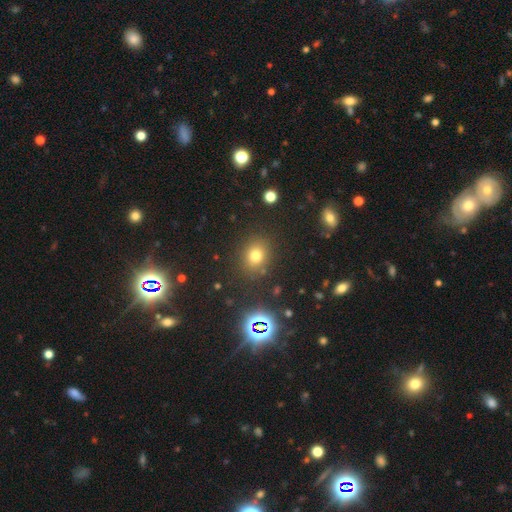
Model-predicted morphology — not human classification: Smooth or featured? Predicted: smooth (p=0.72). How rounded? Predicted: round (p=0.66). Merging? Predicted: none (p=0.84).